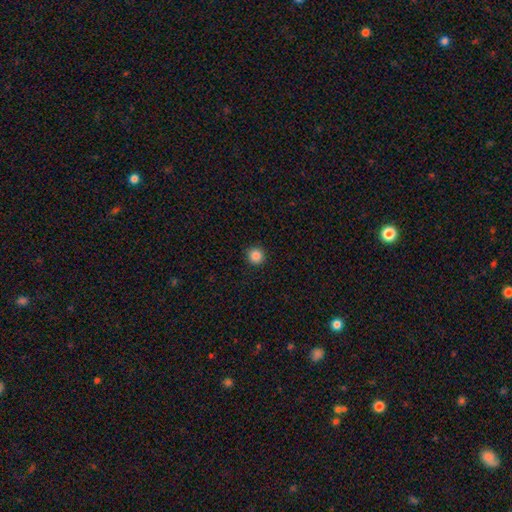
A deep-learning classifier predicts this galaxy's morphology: smooth_or_featured: smooth (p=0.86) [alt: star or artifact p=0.11]
how_rounded: round (p=0.96) [alt: in between p=0.04]
merging: none (p=0.93) [alt: minor disturbance p=0.04]